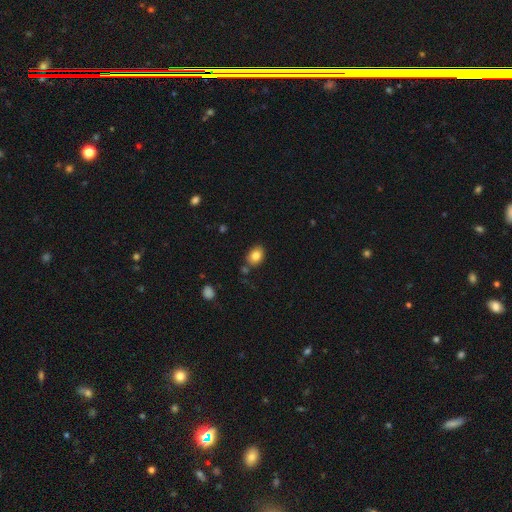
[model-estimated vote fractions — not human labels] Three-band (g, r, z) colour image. It shows a smooth galaxy with no disk features (82%) that is in between round and cigar-shaped (64%). Merging: none (77%).